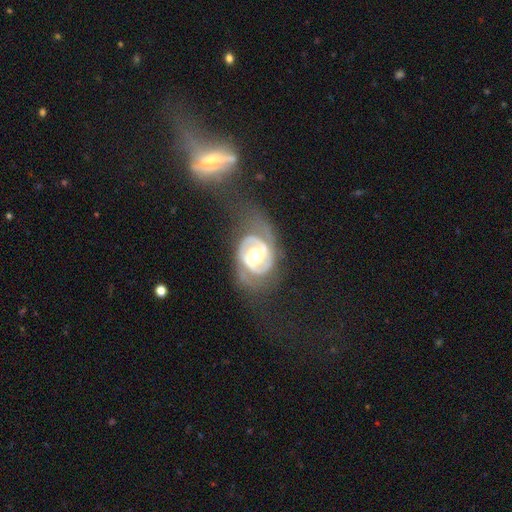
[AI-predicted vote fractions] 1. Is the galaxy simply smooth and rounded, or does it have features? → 87% featured or disk, 9% smooth, 4% star or artifact.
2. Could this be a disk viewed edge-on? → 97% no, 3% yes.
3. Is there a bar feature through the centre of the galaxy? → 48% no, 34% weak, 18% strong.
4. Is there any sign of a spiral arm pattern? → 91% yes, 9% no.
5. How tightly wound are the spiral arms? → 50% tight, 37% medium, 13% loose.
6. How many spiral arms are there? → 80% 2, 7% can't tell, 7% 1, 3% 3, 1% 4, 1% more than 4.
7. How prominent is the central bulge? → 67% moderate, 24% large, 6% small, 2% dominant, 1% none.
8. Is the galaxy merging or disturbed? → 53% none, 23% major disturbance, 22% minor disturbance, 2% merger.